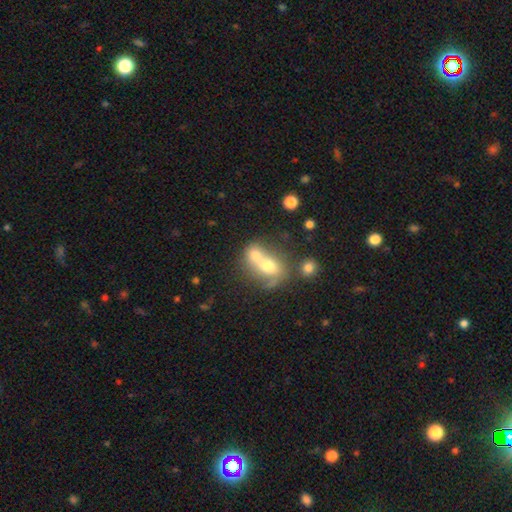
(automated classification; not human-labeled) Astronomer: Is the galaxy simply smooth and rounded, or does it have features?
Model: smooth — 65%.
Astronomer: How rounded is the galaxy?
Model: in between — 52% (runner-up: round, 46%).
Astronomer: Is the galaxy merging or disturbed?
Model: merger — 71%.